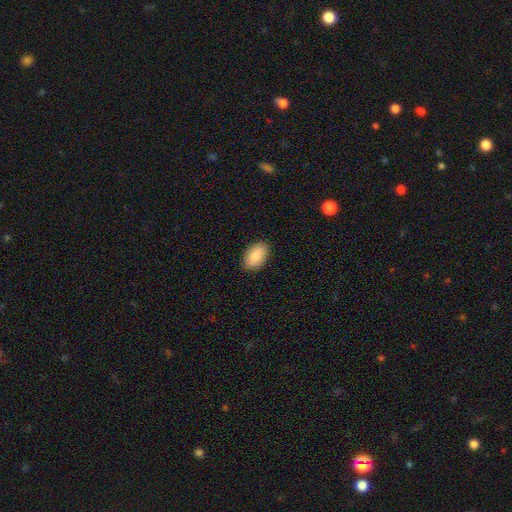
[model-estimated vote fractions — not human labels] Overall: smooth (86%). How rounded: in between (91%). Merging: none (88%).